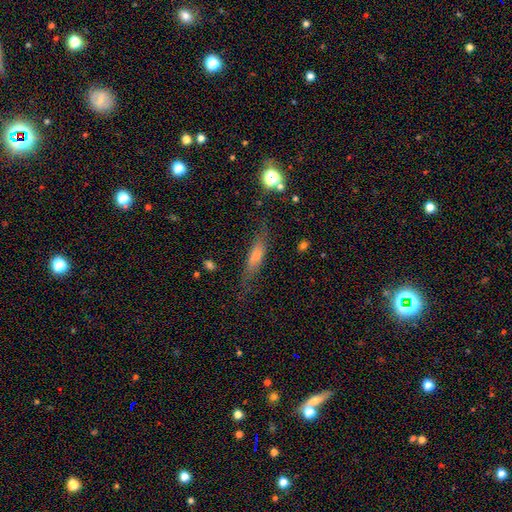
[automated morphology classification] Q: Smooth or featured?
A: smooth (47%); runner-up: featured or disk (40%)
Q: Merging?
A: none (70%); runner-up: minor disturbance (20%)